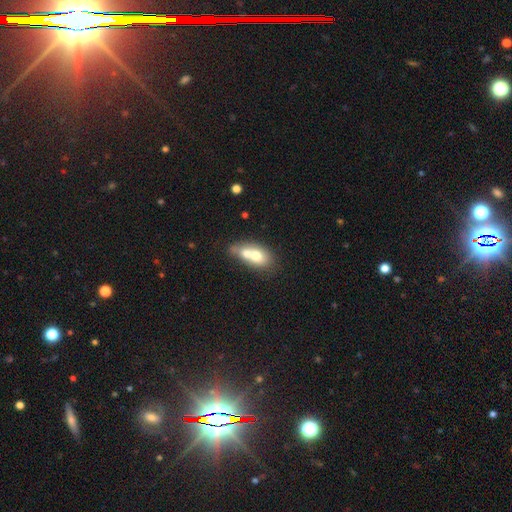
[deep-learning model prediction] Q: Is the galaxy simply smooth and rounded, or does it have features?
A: smooth — 63%.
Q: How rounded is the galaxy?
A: in between — 74%.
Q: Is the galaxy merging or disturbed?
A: merger — 66%.